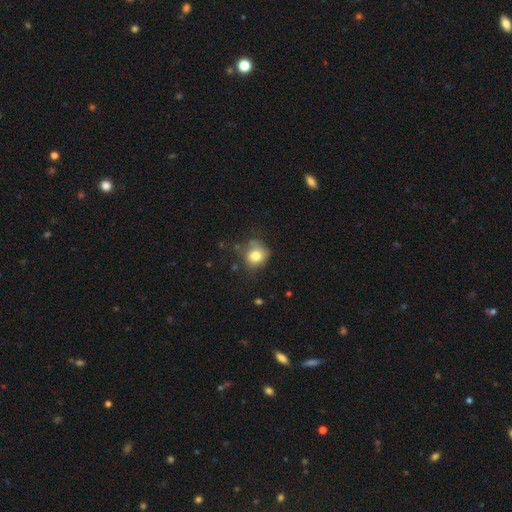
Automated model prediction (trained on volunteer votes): This appears to be a smooth galaxy with no disk features (77%) that is round (72%). Merging: none (57%).